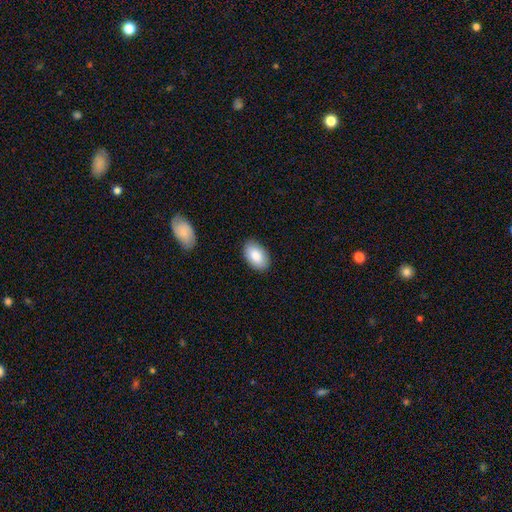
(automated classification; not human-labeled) This is clearly a smooth galaxy (85%). How rounded: clearly in between (93%). Merging: clearly none (87%).